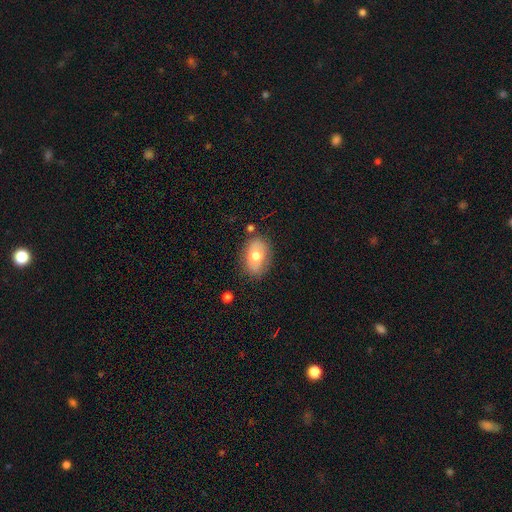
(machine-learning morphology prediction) type=smooth (70%); roundness=in between (79%); merging=none (78%).